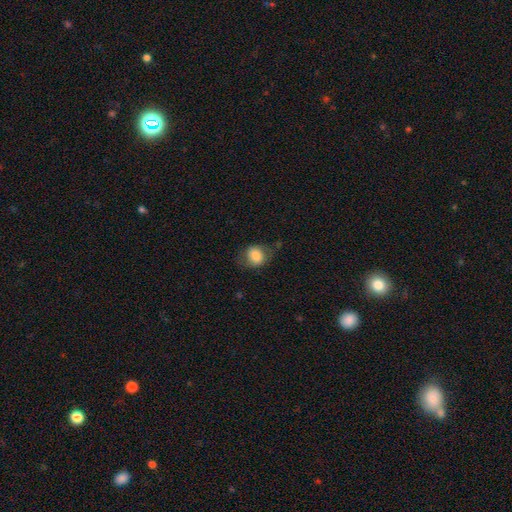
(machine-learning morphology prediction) Smooth or featured? smooth (75%)
How rounded? round (59%)
Merging? none (63%)